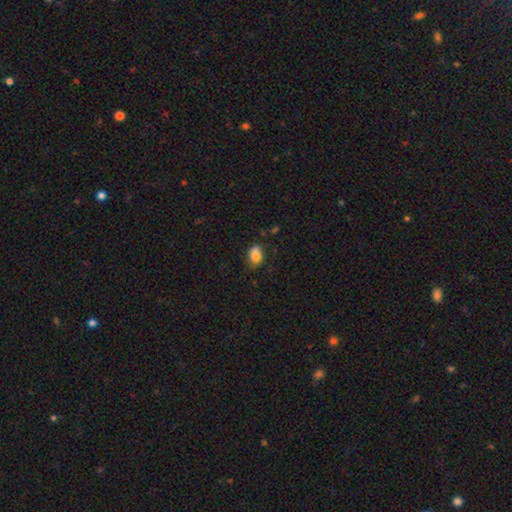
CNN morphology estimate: smooth_or_featured: smooth (p=0.80) [alt: featured or disk p=0.11]
how_rounded: in between (p=0.81) [alt: round p=0.18]
merging: none (p=0.64) [alt: minor disturbance p=0.26]